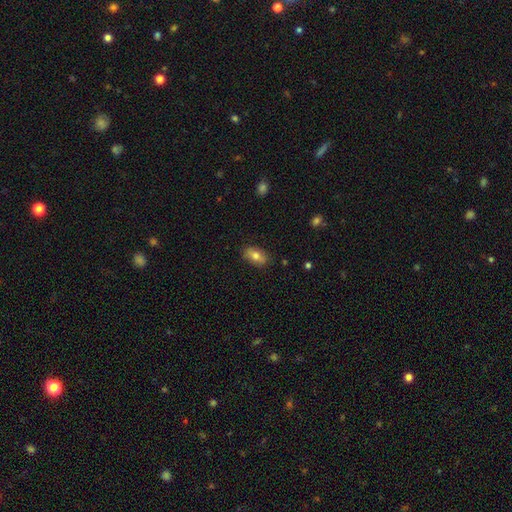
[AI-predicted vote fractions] Smooth or featured? Predicted: smooth (p=0.75). How rounded? Predicted: in between (p=0.88). Merging? Predicted: none (p=0.85).